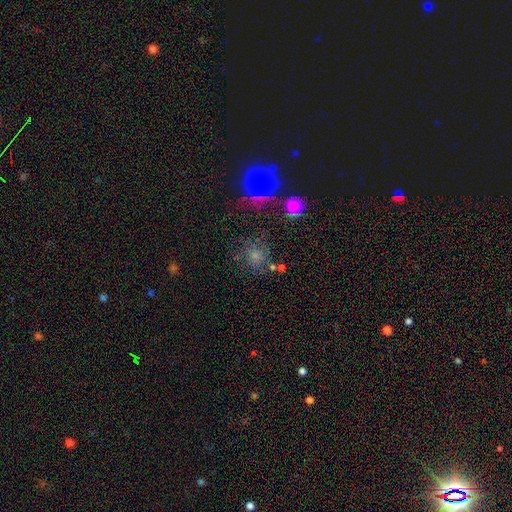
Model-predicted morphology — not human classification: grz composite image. It shows a smooth galaxy with no disk features (53%) that is round (79%). Merging: none (65%).